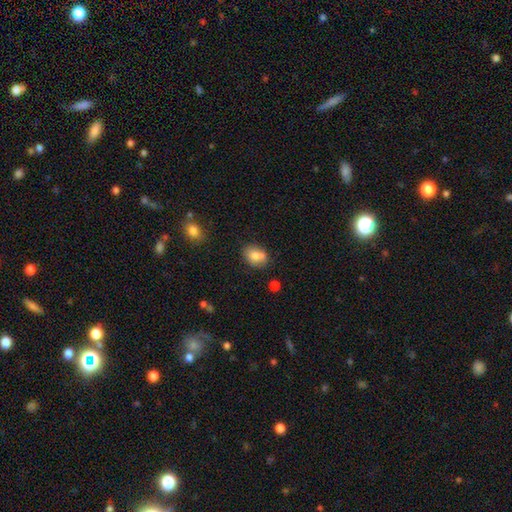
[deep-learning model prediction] Smooth or featured? smooth (75%)
How rounded? in between (62%)
Merging? none (54%)